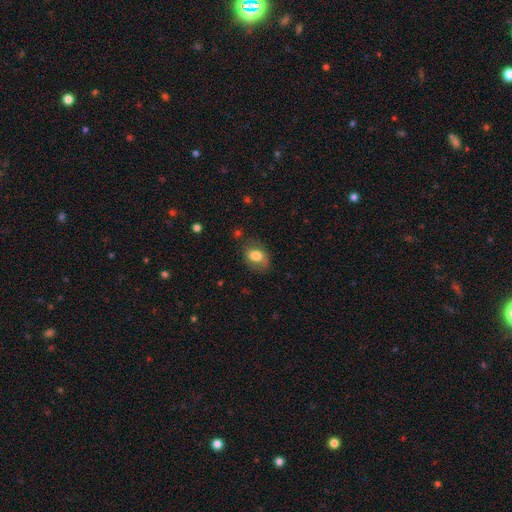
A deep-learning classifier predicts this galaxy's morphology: Q: Smooth or featured?
A: smooth (76%); runner-up: featured or disk (15%)
Q: How rounded?
A: in between (72%); runner-up: round (26%)
Q: Merging?
A: none (68%); runner-up: minor disturbance (22%)